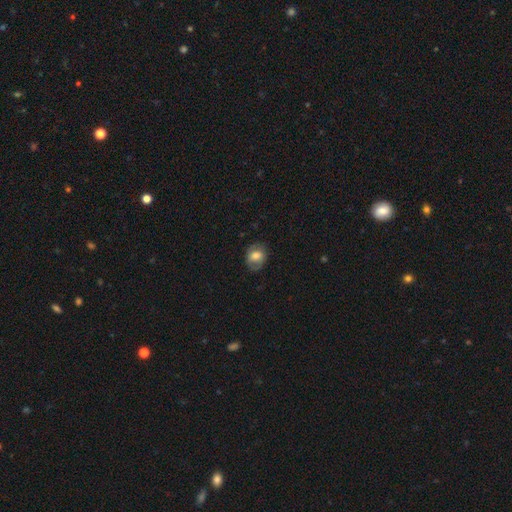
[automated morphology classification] type=smooth (61%); roundness=in between (54%); merging=none (73%).